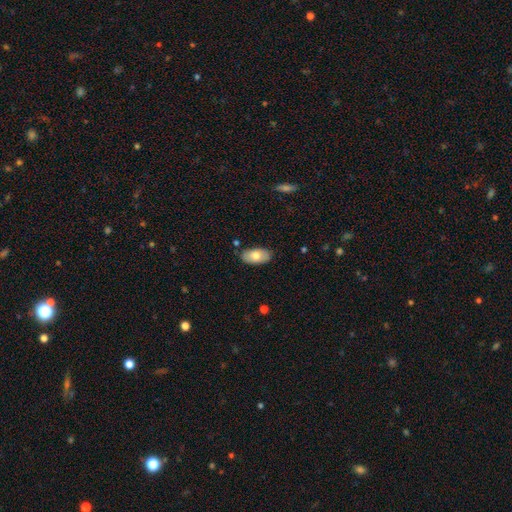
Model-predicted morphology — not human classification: A smooth galaxy with no disk features (75%) that is in between round and cigar-shaped (94%).

Vote fractions:
- Smooth or featured? smooth: 75% / featured or disk: 19% / star or artifact: 6%
- How rounded? in between: 94% / round: 3% / cigar-shaped: 2%
- Merging? none: 84% / minor disturbance: 12% / major disturbance: 2% / merger: 2%